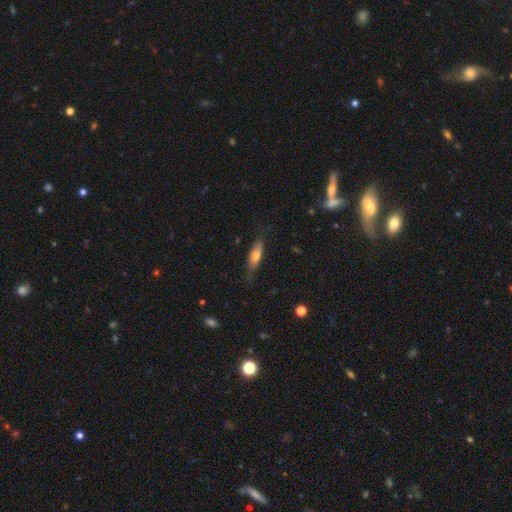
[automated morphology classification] A smooth galaxy with no disk features (61%) that is cigar-shaped (54%). Merging: none (73%).